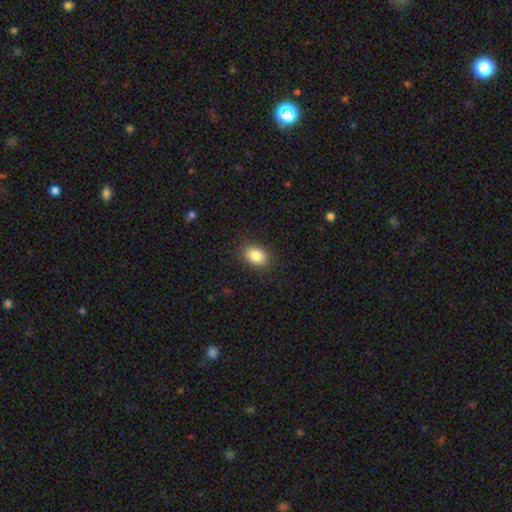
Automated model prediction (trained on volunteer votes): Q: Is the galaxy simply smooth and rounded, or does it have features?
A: smooth — 85%.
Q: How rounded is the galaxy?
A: in between — 67%.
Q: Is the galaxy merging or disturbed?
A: none — 88%.